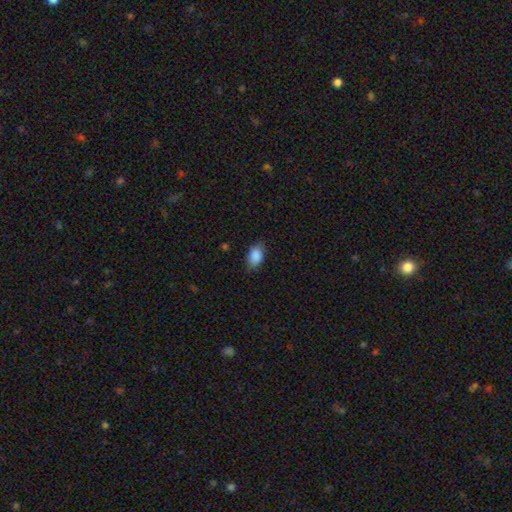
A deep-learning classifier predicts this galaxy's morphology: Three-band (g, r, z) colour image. It shows a smooth galaxy with no disk features (88%) that is in between round and cigar-shaped (88%). Merging: none (79%).